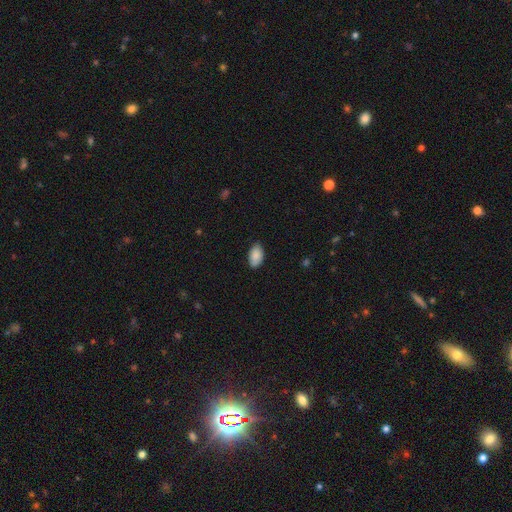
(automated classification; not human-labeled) A smooth galaxy with no disk features (88%) that is in between round and cigar-shaped (94%). Merging: none (82%).